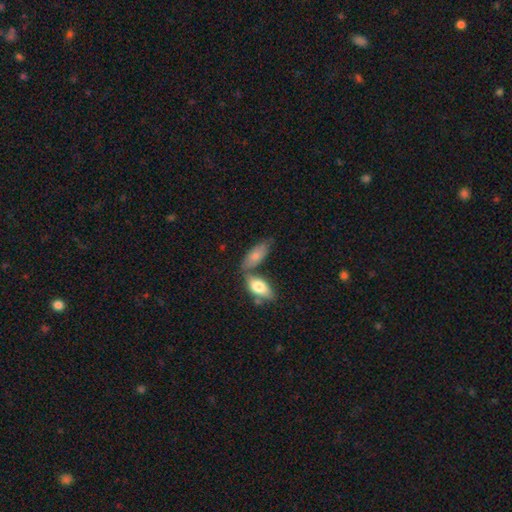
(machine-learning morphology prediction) type=smooth (74%); roundness=in between (82%); merging=none (46%).